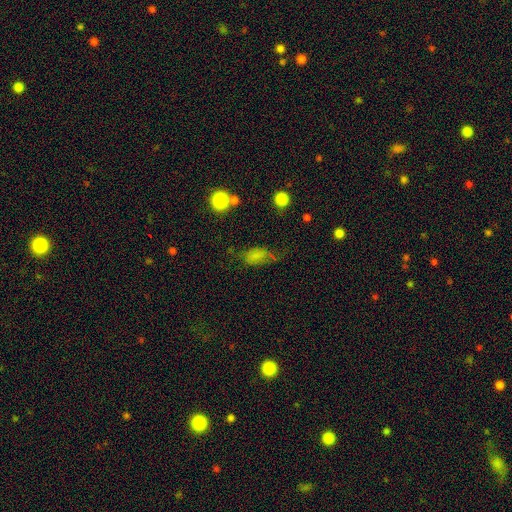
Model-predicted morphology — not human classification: This is likely a smooth galaxy (70%). How rounded: clearly in between (86%). Merging: possibly none (46%).